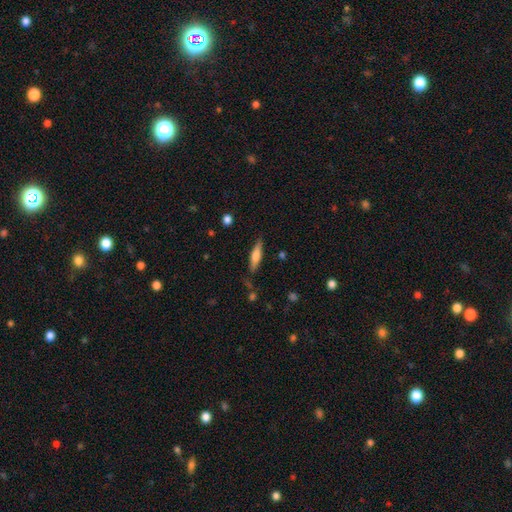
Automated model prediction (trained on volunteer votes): A smooth galaxy with no disk features (55%) that is cigar-shaped (74%). Merging: none (83%).